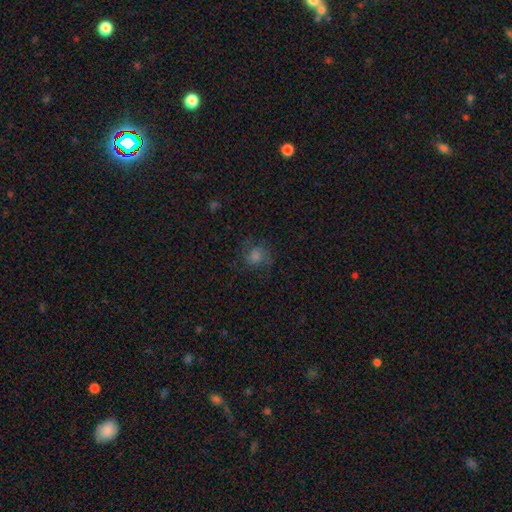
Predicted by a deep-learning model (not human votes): This appears to be a smooth galaxy with no disk features (45%). Merging: none (71%).